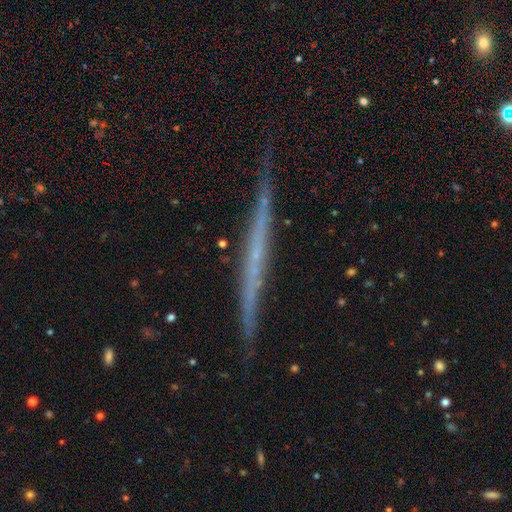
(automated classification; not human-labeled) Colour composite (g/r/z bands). It shows a featured or disk galaxy (65%) viewed edge-on (97%) with no central bulge (90%). Merging: none (89%).